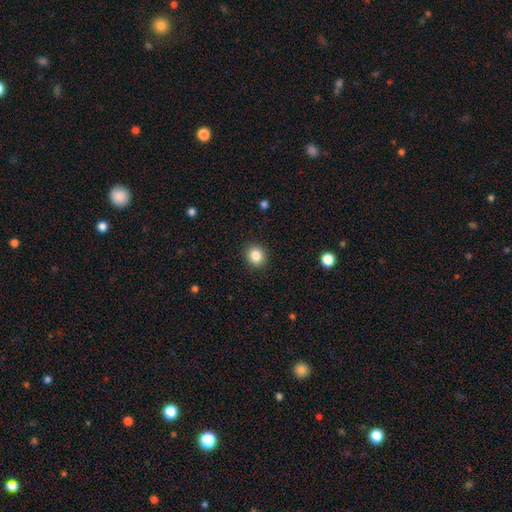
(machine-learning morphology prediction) Smooth or featured?
  - smooth: 85% *
  - star or artifact: 10%
  - featured or disk: 5%
How rounded?
  - round: 81% *
  - in between: 18%
  - cigar-shaped: 1%
Merging?
  - none: 91% *
  - minor disturbance: 6%
  - major disturbance: 2%
  - merger: 1%